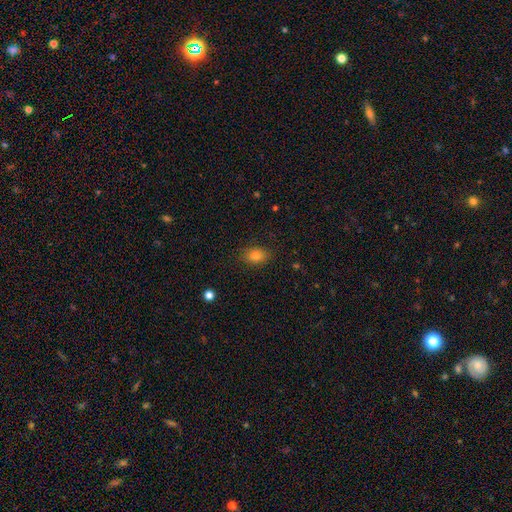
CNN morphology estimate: Smooth or featured? smooth (80%)
How rounded? in between (69%)
Merging? none (84%)